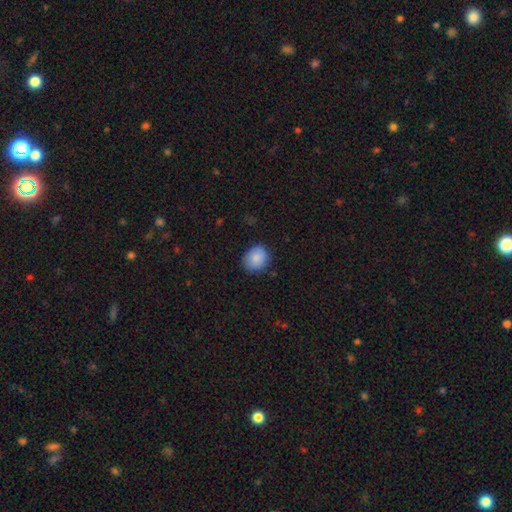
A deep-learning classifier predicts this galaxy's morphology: type=smooth (85%); roundness=round (66%); merging=none (80%).